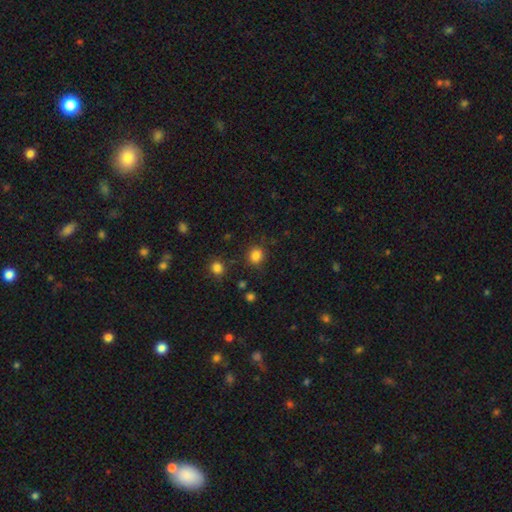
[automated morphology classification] This is clearly a smooth galaxy (83%). How rounded: clearly round (86%). Merging: clearly none (84%).